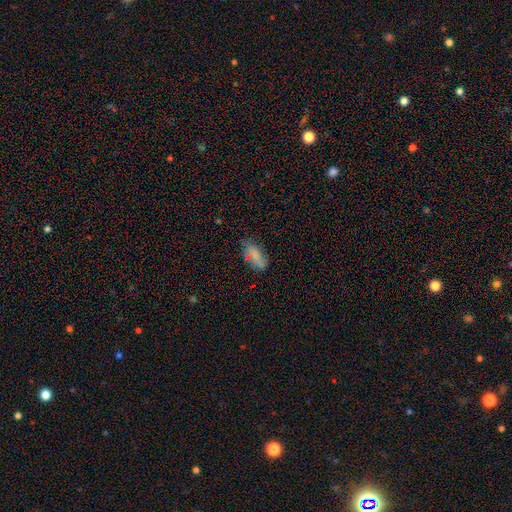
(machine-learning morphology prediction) Smooth or featured: smooth — 72% (featured or disk — 17%)
How rounded: in between — 79% (cigar-shaped — 18%)
Merging: none — 61% (minor disturbance — 26%)